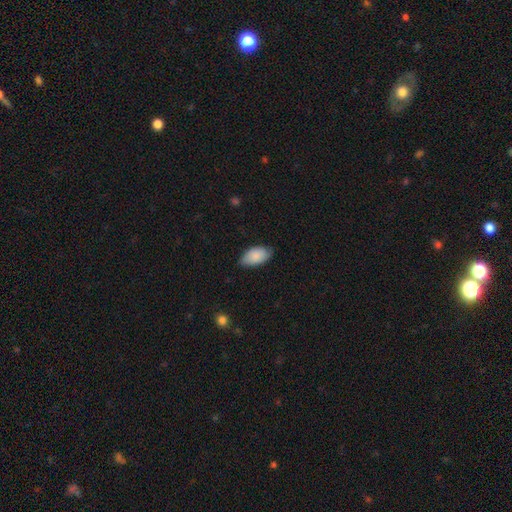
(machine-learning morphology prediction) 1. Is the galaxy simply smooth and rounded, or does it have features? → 86% smooth, 8% featured or disk, 6% star or artifact.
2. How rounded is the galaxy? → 95% in between, 3% round, 2% cigar-shaped.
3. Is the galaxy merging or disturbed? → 76% none, 20% minor disturbance, 3% major disturbance, 1% merger.